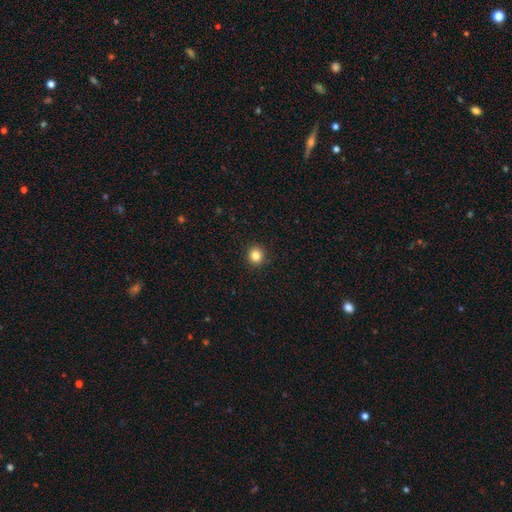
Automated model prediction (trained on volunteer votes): The model was most divided on "smooth or featured": smooth: 85%, star or artifact: 11%, featured or disk: 4%. More confident: how rounded — round (93%); merging — none (93%).